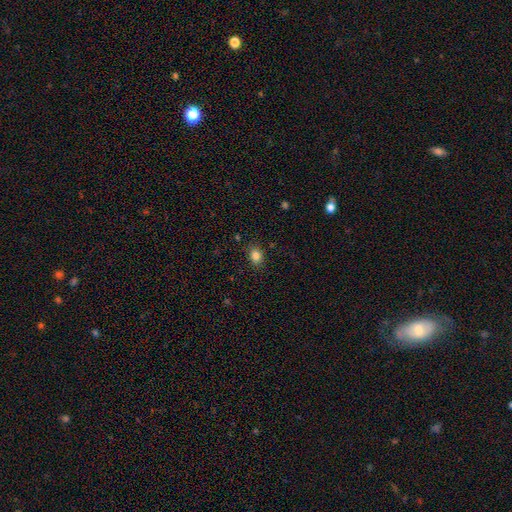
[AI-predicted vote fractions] Smooth or featured? Predicted: smooth (p=0.84). How rounded? Predicted: in between (p=0.59). Merging? Predicted: none (p=0.86).